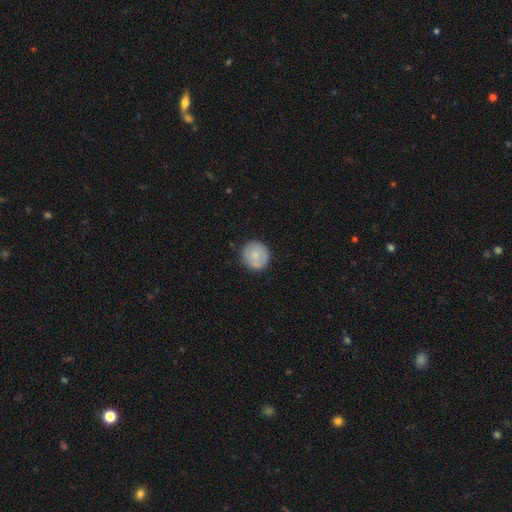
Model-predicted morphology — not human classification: This is likely a smooth galaxy (74%). How rounded: clearly round (93%). Merging: clearly none (84%).